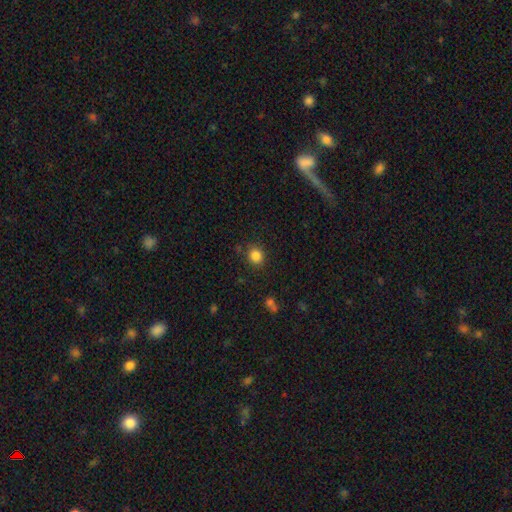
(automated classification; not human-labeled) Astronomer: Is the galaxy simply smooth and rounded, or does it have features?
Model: smooth — 85%.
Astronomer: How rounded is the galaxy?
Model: round — 82%.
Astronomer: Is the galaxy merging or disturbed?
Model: none — 85%.